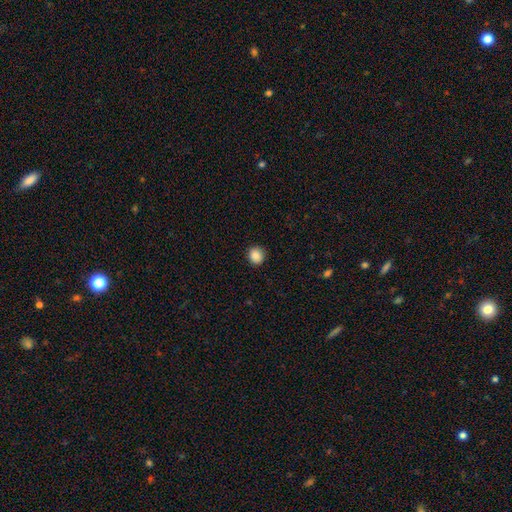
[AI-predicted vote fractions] Q: Smooth or featured?
A: smooth (88%); runner-up: star or artifact (9%)
Q: How rounded?
A: round (82%); runner-up: in between (17%)
Q: Merging?
A: none (90%); runner-up: minor disturbance (7%)